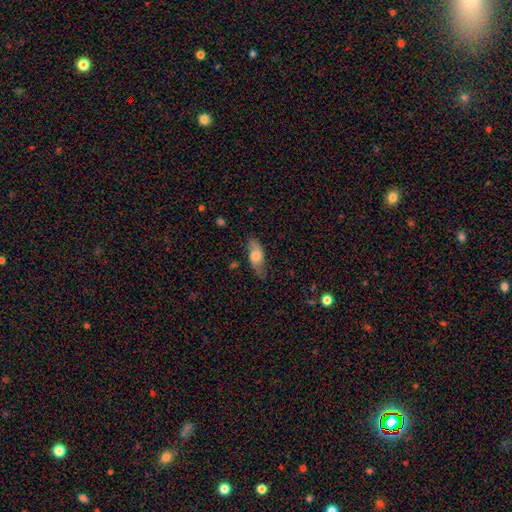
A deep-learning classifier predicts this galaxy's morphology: smooth_or_featured: smooth (p=0.63) [alt: featured or disk p=0.30]
how_rounded: in between (p=0.79) [alt: cigar-shaped p=0.18]
merging: none (p=0.73) [alt: minor disturbance p=0.20]